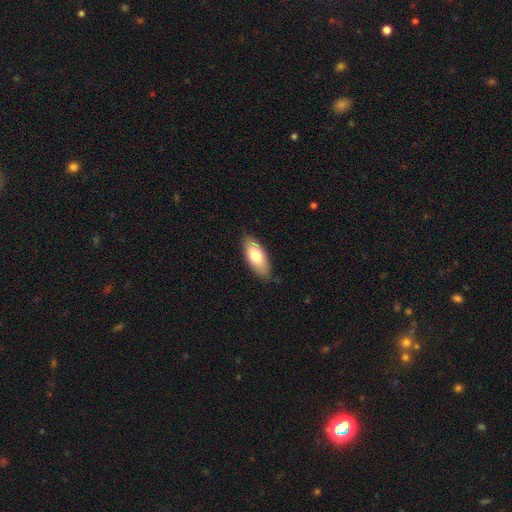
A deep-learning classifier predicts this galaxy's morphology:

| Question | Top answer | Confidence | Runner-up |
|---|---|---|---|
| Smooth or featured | smooth | 71% | featured or disk (23%) |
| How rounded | in between | 85% | cigar-shaped (13%) |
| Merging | none | 80% | minor disturbance (16%) |